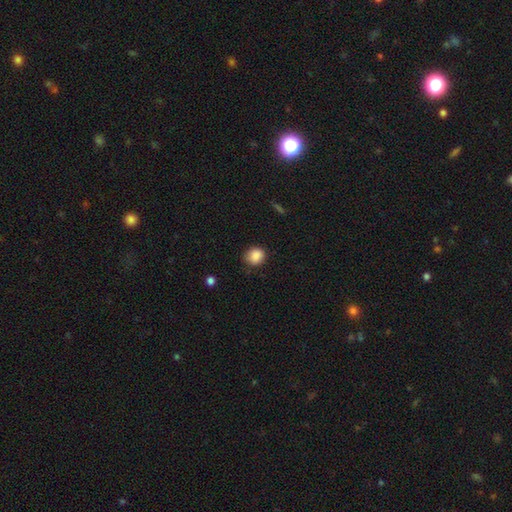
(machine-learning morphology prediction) Overall: smooth (87%). How rounded: round (75%). Merging: none (77%).